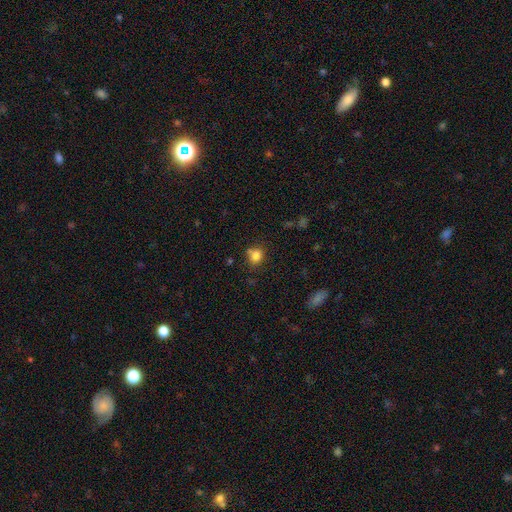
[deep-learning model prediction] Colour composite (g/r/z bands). It shows a smooth galaxy with no disk features (82%) that is round (76%). Merging: none (68%).